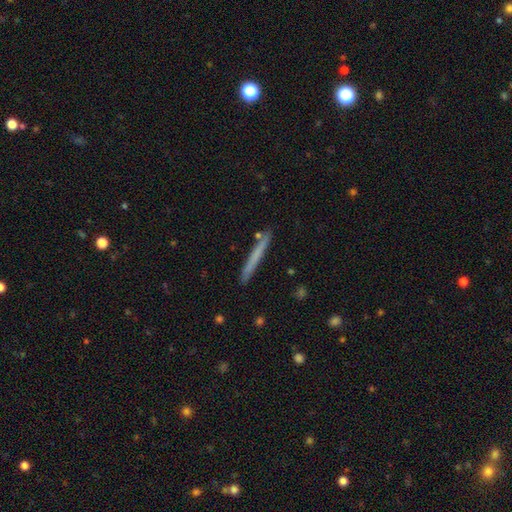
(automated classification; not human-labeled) Smooth or featured? smooth (62%)
How rounded? cigar-shaped (97%)
Merging? none (88%)